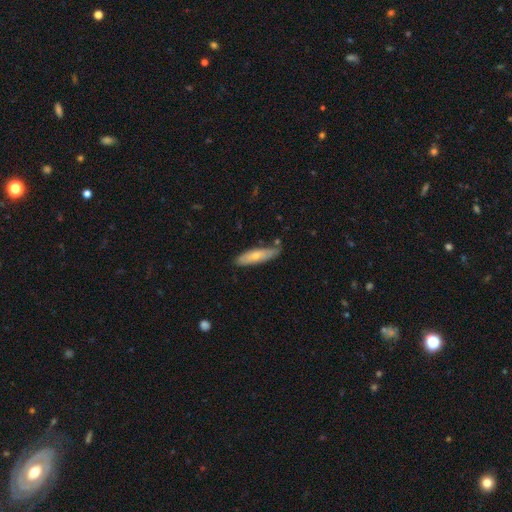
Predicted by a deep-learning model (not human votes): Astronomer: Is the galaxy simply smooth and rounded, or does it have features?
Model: smooth — 65%.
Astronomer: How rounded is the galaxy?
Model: cigar-shaped — 58% (runner-up: in between, 41%).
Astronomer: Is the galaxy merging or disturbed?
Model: none — 70%.